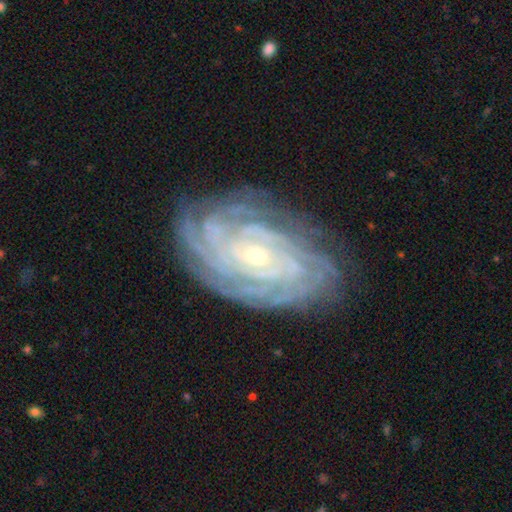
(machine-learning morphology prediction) Overall: featured or disk (90%). Edge-on disk: no (96%). Bar: no (63%; weak 26%). Spiral arms: yes (98%). Spiral arm count: can't tell (25%; more than 4 24%). Spiral winding: tight (85%). Bulge size: small (70%). Merging: none (79%).